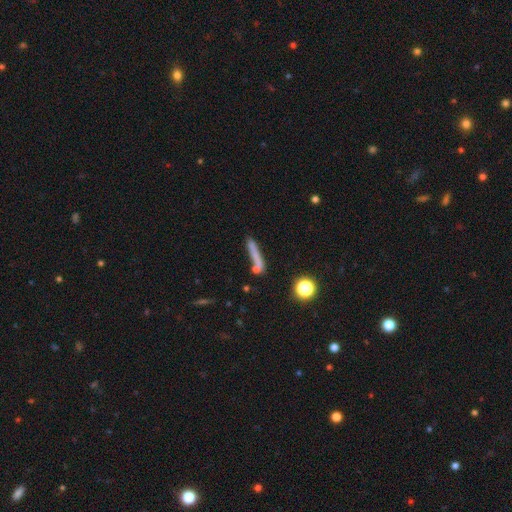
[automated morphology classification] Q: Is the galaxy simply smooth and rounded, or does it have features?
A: smooth — 62%.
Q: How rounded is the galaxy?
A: cigar-shaped — 86%.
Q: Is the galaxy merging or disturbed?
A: none — 59%.